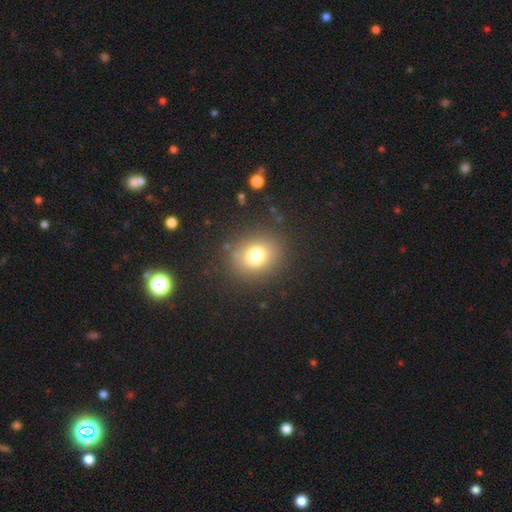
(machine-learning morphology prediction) The model was most divided on "how rounded": round: 69%, in between: 30%, cigar-shaped: 1%. More confident: merging — none (85%); smooth or featured — smooth (76%).